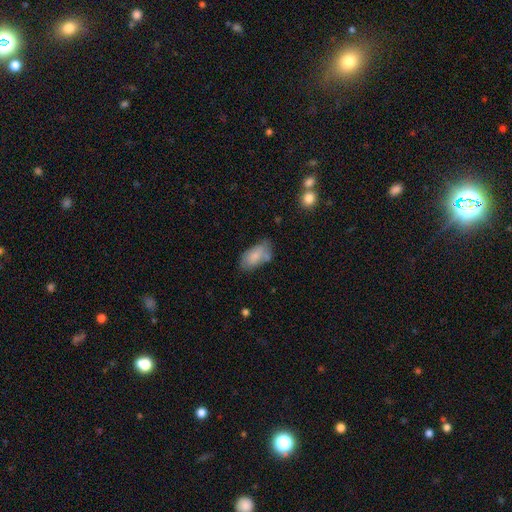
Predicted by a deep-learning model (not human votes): A smooth galaxy with no disk features (78%) that is in between round and cigar-shaped (93%). Merging: none (56%).